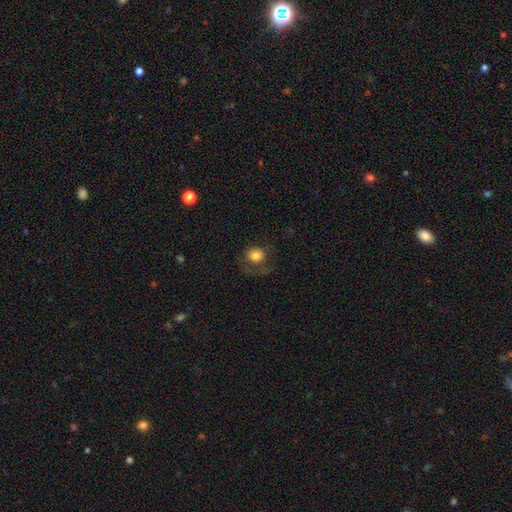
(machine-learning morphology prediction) Smooth or featured? Predicted: smooth (p=0.80). How rounded? Predicted: round (p=0.80). Merging? Predicted: none (p=0.53).